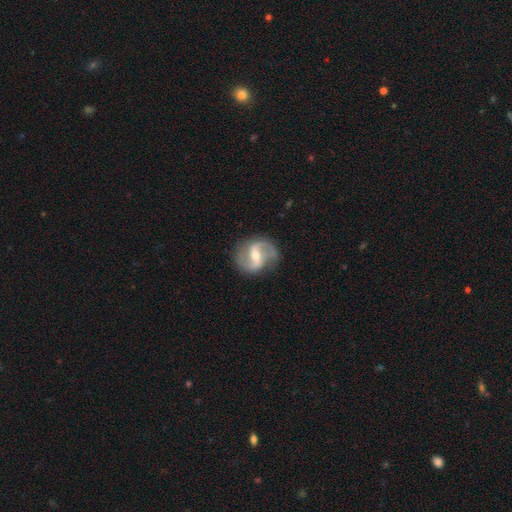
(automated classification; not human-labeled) This is clearly a featured or disk galaxy (88%). It is clearly not viewed edge-on (98%). Bar: marginally weak (42%). Spiral arm pattern: clearly yes (95%). Spiral arm count: clearly 2 (92%). Spiral winding: possibly medium (46%). Central bulge: possibly moderate (54%). Merging: clearly none (80%).